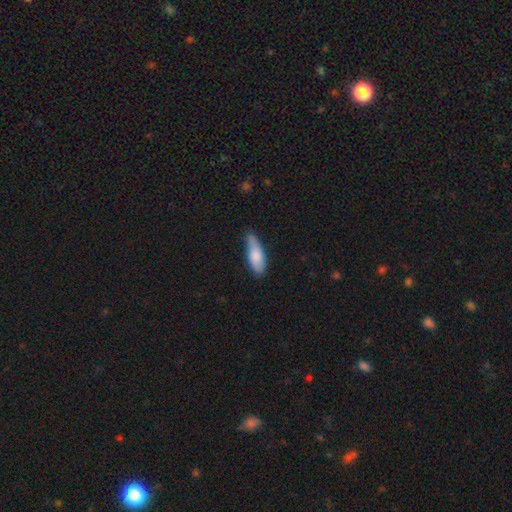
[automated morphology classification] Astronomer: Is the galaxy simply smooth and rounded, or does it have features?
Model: smooth — 80%.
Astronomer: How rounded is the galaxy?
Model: in between — 60% (runner-up: cigar-shaped, 38%).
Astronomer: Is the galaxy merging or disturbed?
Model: none — 61%.